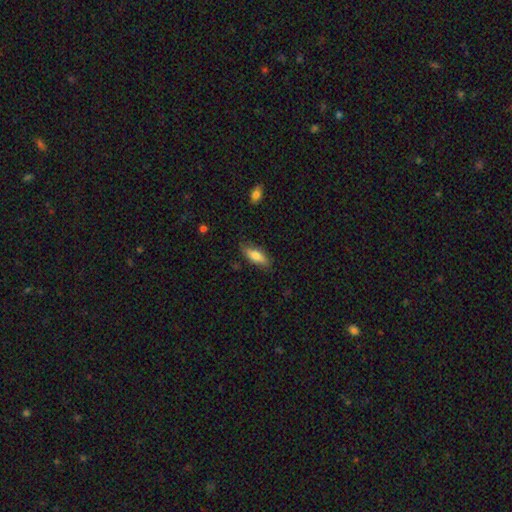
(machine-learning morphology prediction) A smooth galaxy with no disk features (72%) that is in between round and cigar-shaped (64%).

Vote fractions:
- Smooth or featured? smooth: 72% / featured or disk: 22% / star or artifact: 6%
- How rounded? in between: 64% / cigar-shaped: 33% / round: 3%
- Merging? none: 79% / minor disturbance: 17% / major disturbance: 3% / merger: 1%